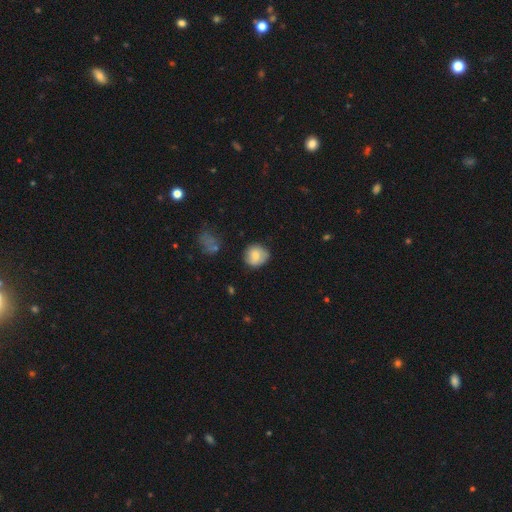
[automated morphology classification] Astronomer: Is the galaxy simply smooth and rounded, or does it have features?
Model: smooth — 77%.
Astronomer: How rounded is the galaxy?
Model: round — 86%.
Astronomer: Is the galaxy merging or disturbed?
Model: none — 77%.